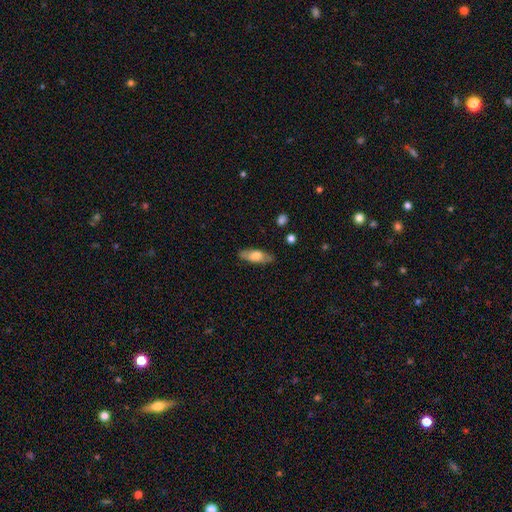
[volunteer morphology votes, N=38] type=smooth (58%); roundness=in between (82%); merging=none (83%).